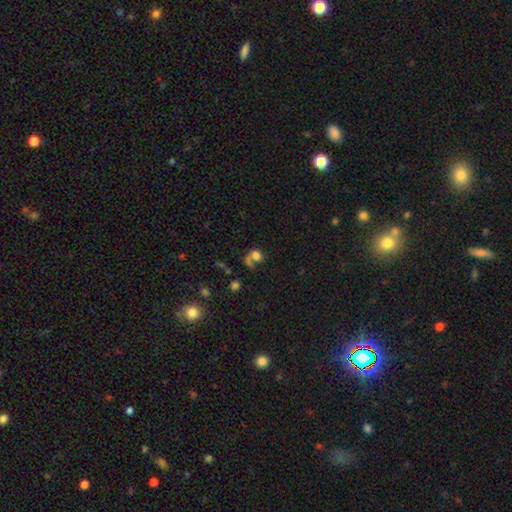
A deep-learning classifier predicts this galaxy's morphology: Smooth or featured? smooth (65%)
How rounded? round (59%)
Merging? merger (33%)